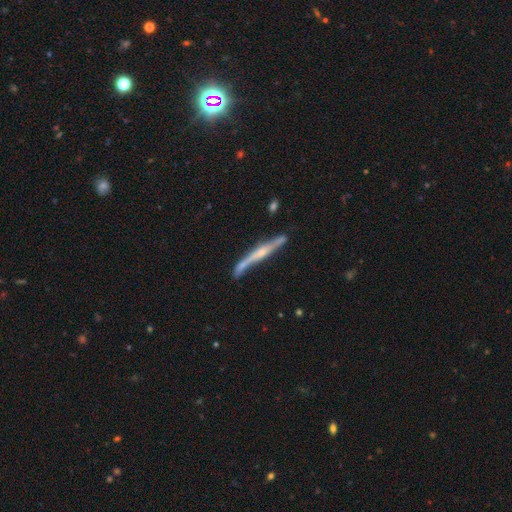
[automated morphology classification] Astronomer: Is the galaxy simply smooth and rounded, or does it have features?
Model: featured or disk — 73%.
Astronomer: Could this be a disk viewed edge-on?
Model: yes — 92%.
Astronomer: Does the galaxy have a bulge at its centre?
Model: rounded — 61%.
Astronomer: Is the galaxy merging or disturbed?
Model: none — 65%.